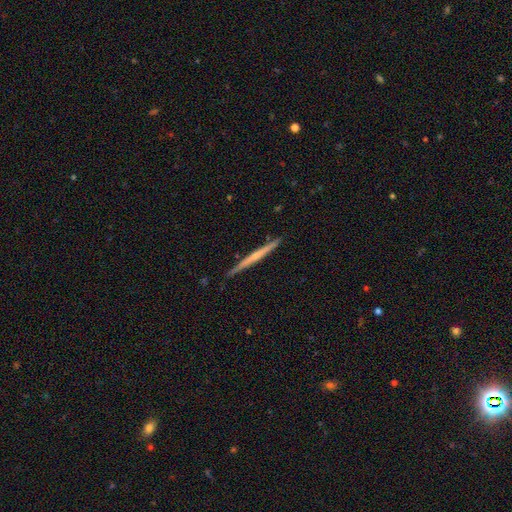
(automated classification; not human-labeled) This appears to be a featured or disk galaxy (57%) viewed edge-on (98%) with no central bulge (74%). Merging: none (91%).